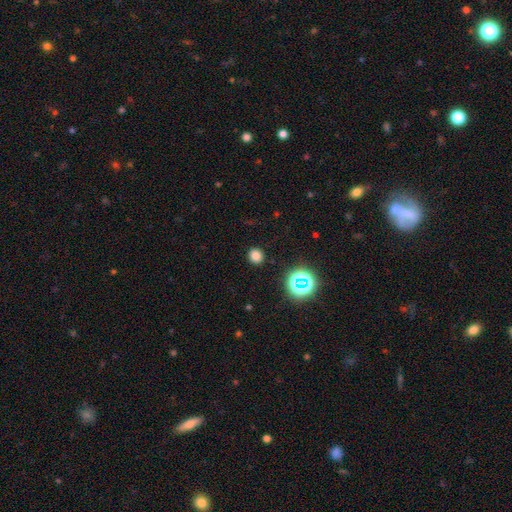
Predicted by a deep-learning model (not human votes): Smooth or featured? Predicted: smooth (p=0.76). How rounded? Predicted: round (p=0.79). Merging? Predicted: none (p=0.90).